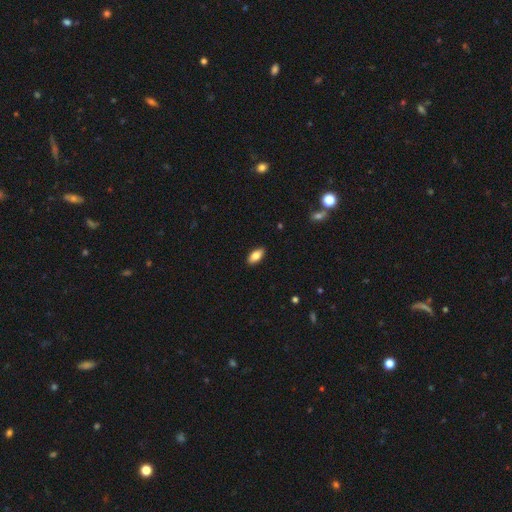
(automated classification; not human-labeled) Smooth or featured?
  - smooth: 83% *
  - featured or disk: 10%
  - star or artifact: 7%
How rounded?
  - in between: 91% *
  - cigar-shaped: 6%
  - round: 3%
Merging?
  - none: 89% *
  - minor disturbance: 8%
  - major disturbance: 2%
  - merger: 1%